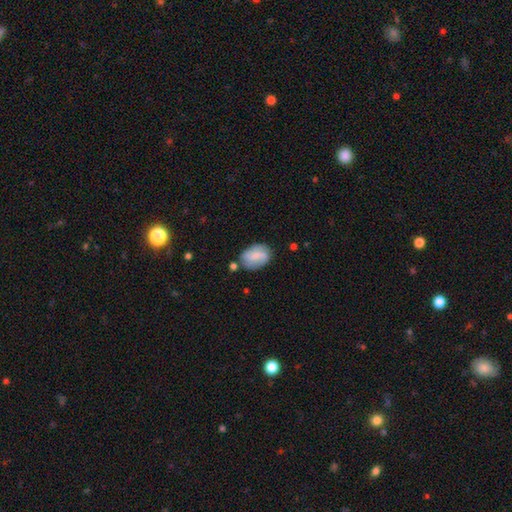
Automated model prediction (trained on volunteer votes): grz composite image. It shows a smooth galaxy with no disk features (56%) that is in between round and cigar-shaped (81%). Merging: none (62%).